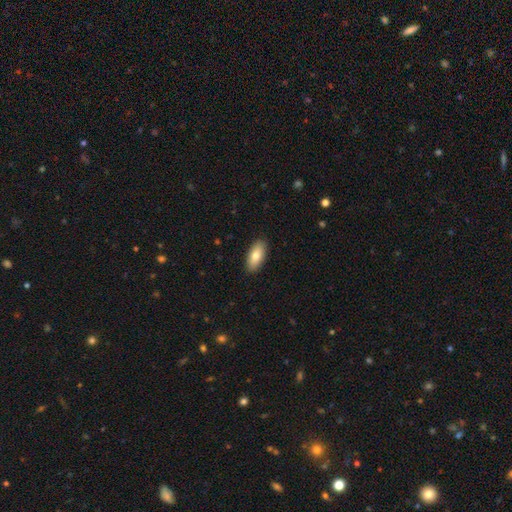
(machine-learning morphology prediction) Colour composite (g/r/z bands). It shows a smooth galaxy with no disk features (76%) that is in between round and cigar-shaped (87%). Merging: none (90%).